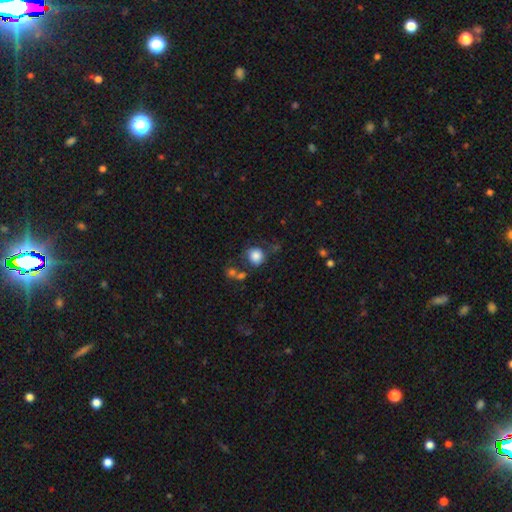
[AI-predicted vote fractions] Morphology: type=smooth (82%); roundness=round (83%); merging=none (58%).